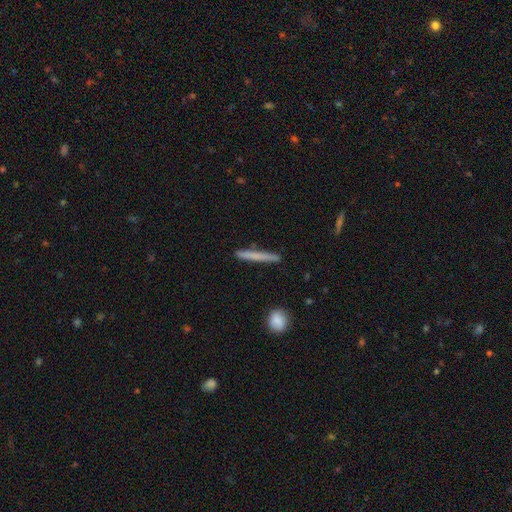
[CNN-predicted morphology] Smooth or featured? Predicted: smooth (p=0.68). How rounded? Predicted: cigar-shaped (p=0.96). Merging? Predicted: none (p=0.89).